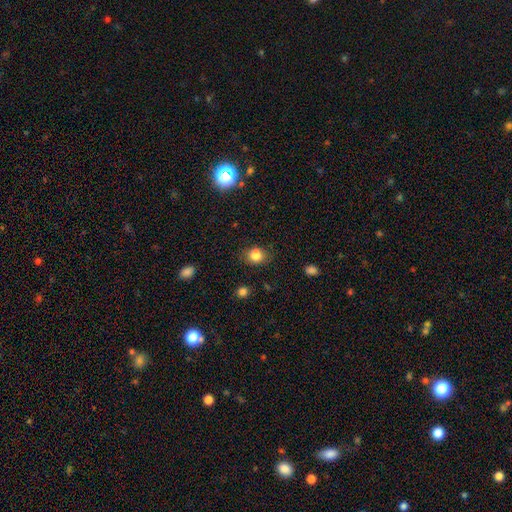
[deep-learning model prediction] A smooth galaxy with no disk features (82%) that is round (58%).

Vote fractions:
- Smooth or featured? smooth: 82% / star or artifact: 11% / featured or disk: 7%
- How rounded? round: 58% / in between: 41% / cigar-shaped: 1%
- Merging? none: 75% / minor disturbance: 18% / major disturbance: 4% / merger: 3%